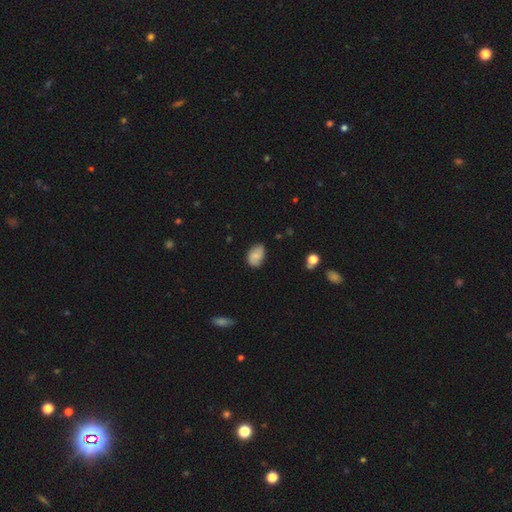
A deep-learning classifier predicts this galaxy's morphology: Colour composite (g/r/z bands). It shows a smooth galaxy with no disk features (62%) that is in between round and cigar-shaped (84%). Merging: none (70%).